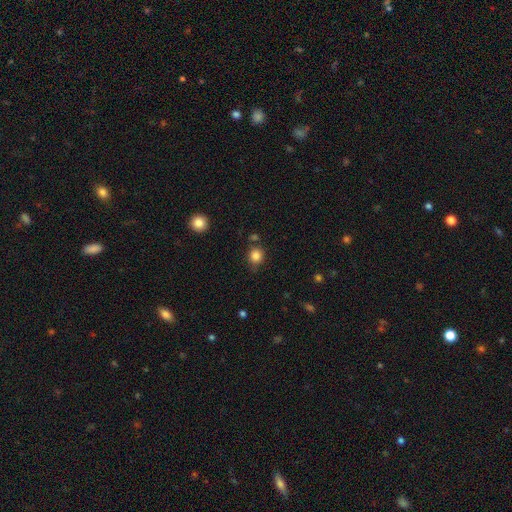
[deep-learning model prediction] smooth-or-featured: smooth: 84% | star or artifact: 12% | featured or disk: 5%
  how-rounded: round: 82% | in between: 17% | cigar-shaped: 1%
  merging: none: 75% | minor disturbance: 15% | merger: 6% | major disturbance: 4%